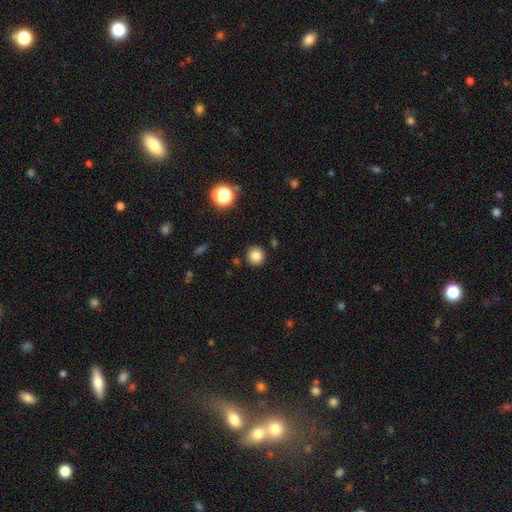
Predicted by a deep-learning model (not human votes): A smooth galaxy with no disk features (82%) that is round (91%).

Vote fractions:
- Smooth or featured? smooth: 82% / star or artifact: 12% / featured or disk: 6%
- How rounded? round: 91% / in between: 8% / cigar-shaped: 1%
- Merging? none: 89% / minor disturbance: 6% / merger: 2% / major disturbance: 2%